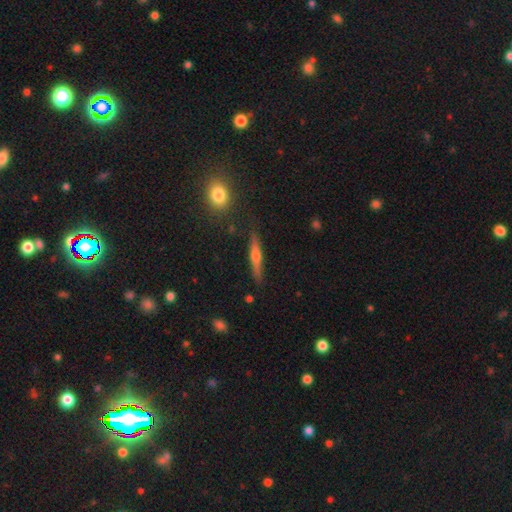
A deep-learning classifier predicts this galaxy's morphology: smooth_or_featured: featured or disk (p=0.62) [alt: smooth p=0.31]
disk_edge_on: yes (p=0.96) [alt: no p=0.04]
edge_on_bulge: rounded (p=0.87) [alt: none p=0.07]
merging: none (p=0.86) [alt: minor disturbance p=0.10]